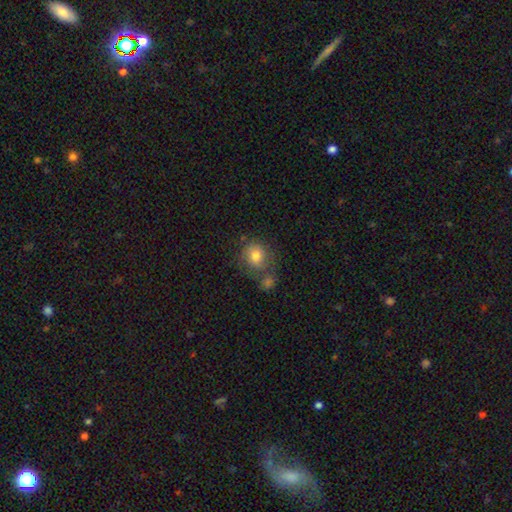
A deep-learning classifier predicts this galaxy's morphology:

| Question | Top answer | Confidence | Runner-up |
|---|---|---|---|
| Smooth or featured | smooth | 77% | featured or disk (14%) |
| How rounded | round | 75% | in between (24%) |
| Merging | none | 50% | merger (25%) |